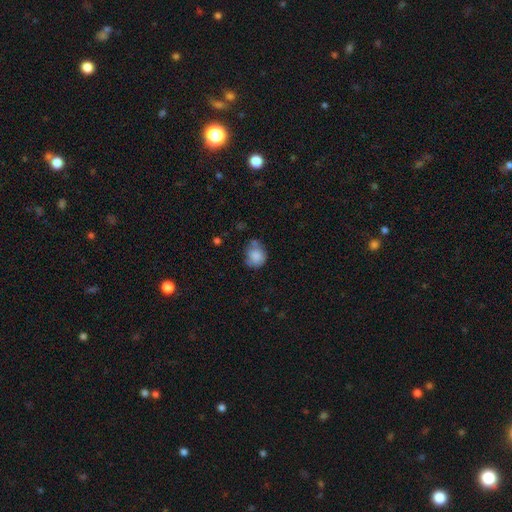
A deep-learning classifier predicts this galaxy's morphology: type=smooth (80%); roundness=round (70%); merging=none (52%).